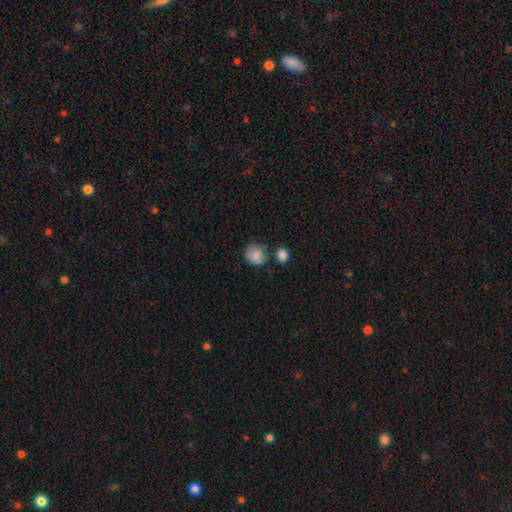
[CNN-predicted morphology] Smooth or featured? Predicted: smooth (p=0.85). How rounded? Predicted: round (p=0.78). Merging? Predicted: none (p=0.59).